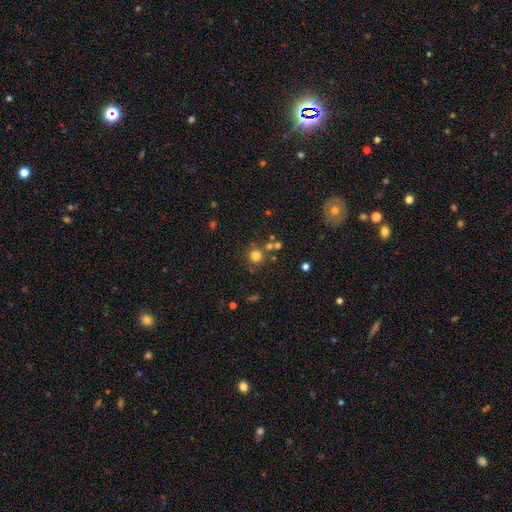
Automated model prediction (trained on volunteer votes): smooth_or_featured: smooth (p=0.76) [alt: star or artifact p=0.16]
how_rounded: round (p=0.92) [alt: in between p=0.08]
merging: none (p=0.73) [alt: merger p=0.13]